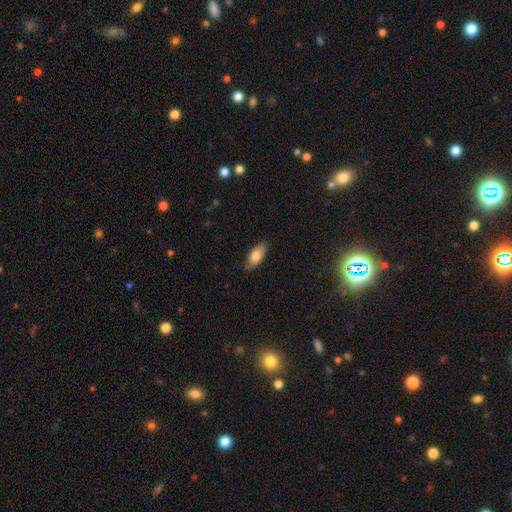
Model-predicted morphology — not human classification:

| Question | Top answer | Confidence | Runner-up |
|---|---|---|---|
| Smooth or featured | smooth | 79% | featured or disk (15%) |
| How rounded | in between | 83% | cigar-shaped (14%) |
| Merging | none | 84% | minor disturbance (13%) |